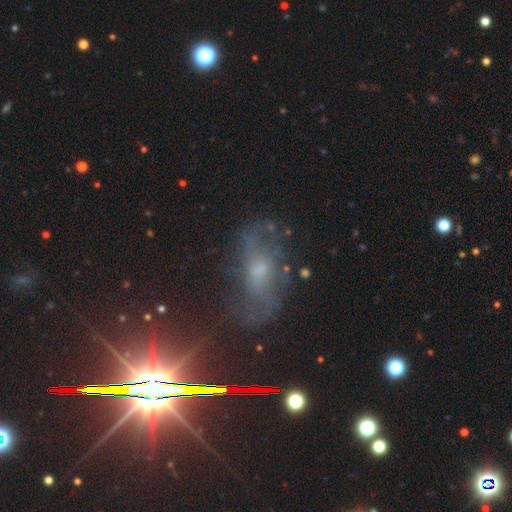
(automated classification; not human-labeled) featured or disk 57%, star or artifact 24%, smooth 18%. Down the decision tree: edge-on disk — no (85%); merging — none (61%).